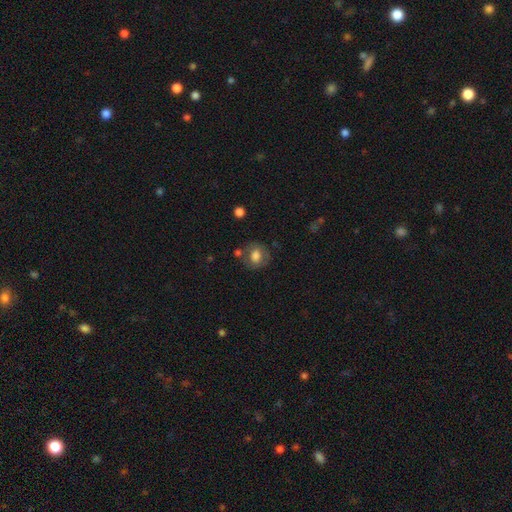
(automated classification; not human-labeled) Q: Smooth or featured?
A: smooth (72%); runner-up: featured or disk (19%)
Q: How rounded?
A: round (66%); runner-up: in between (33%)
Q: Merging?
A: none (66%); runner-up: minor disturbance (18%)